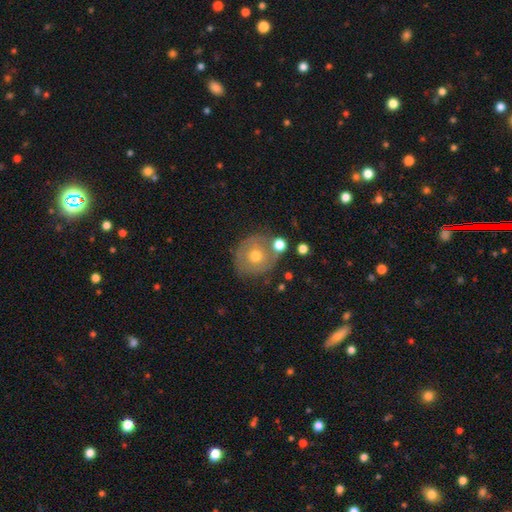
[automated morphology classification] smooth_or_featured: smooth (p=0.49) [alt: featured or disk p=0.41]
merging: none (p=0.68) [alt: minor disturbance p=0.16]